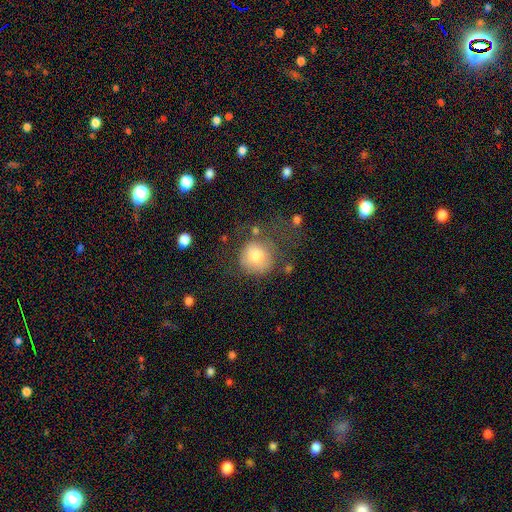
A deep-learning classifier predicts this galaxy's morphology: Overall: smooth (77%). How rounded: round (85%). Merging: none (48%; major disturbance 25%).